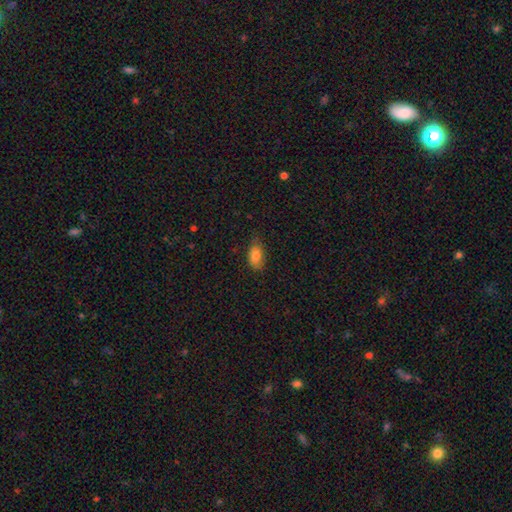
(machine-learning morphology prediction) Smooth or featured?
  - smooth: 82% *
  - featured or disk: 10%
  - star or artifact: 8%
How rounded?
  - in between: 89% *
  - round: 7%
  - cigar-shaped: 4%
Merging?
  - none: 69% *
  - minor disturbance: 25%
  - major disturbance: 5%
  - merger: 1%